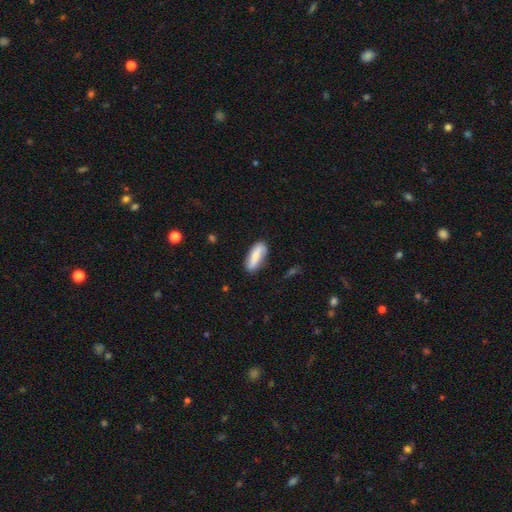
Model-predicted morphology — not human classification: Smooth or featured? Predicted: smooth (p=0.69). How rounded? Predicted: in between (p=0.71). Merging? Predicted: none (p=0.78).